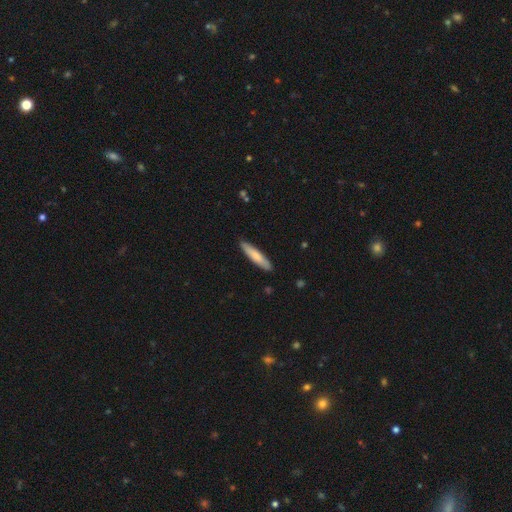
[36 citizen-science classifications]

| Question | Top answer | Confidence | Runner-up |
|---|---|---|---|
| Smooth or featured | smooth | 64% | featured or disk (31%) |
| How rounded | cigar-shaped | 78% | in between (17%) |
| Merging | none | 85% | minor disturbance (15%) |